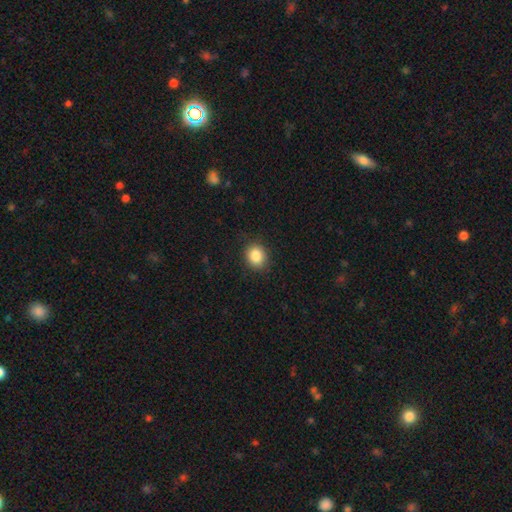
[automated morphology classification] The model was most divided on "how rounded": round: 69%, in between: 30%, cigar-shaped: 1%. More confident: merging — none (88%); smooth or featured — smooth (86%).